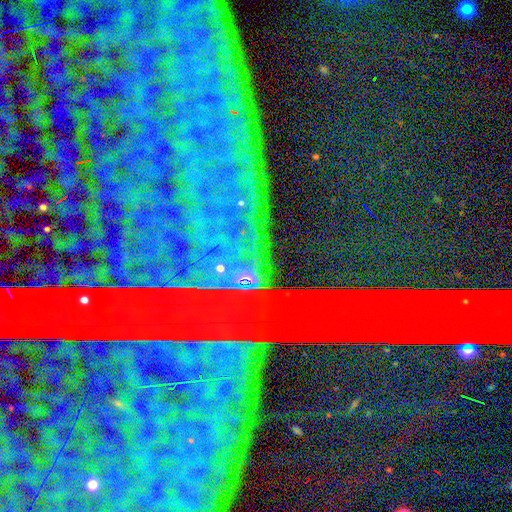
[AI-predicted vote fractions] This appears to be a star or artifact, not a galaxy (88%).